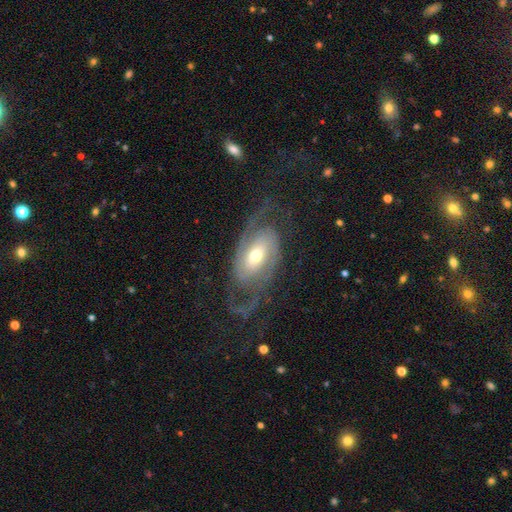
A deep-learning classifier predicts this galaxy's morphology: Smooth or featured? Predicted: featured or disk (p=0.84). Edge-on disk? Predicted: no (p=0.95). Bar? Predicted: no (p=0.53). Spiral arms? Predicted: yes (p=0.94). Spiral winding? Predicted: medium (p=0.44). Spiral arm count? Predicted: 2 (p=0.85). Bulge size? Predicted: moderate (p=0.58). Merging? Predicted: none (p=0.65).